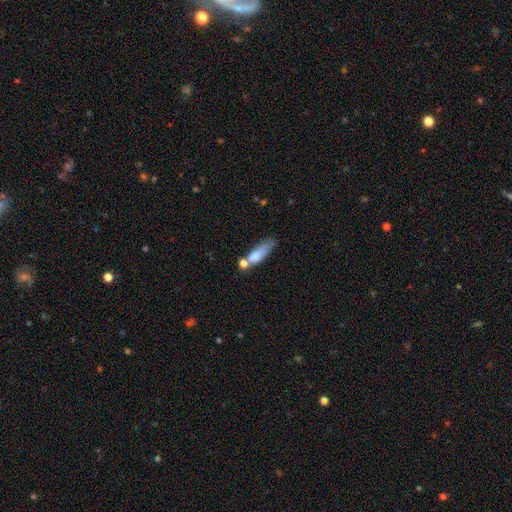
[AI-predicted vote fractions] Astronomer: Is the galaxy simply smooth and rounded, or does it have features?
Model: smooth — 68%.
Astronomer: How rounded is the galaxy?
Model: cigar-shaped — 52% (runner-up: in between, 42%).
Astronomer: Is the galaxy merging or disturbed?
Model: none — 34% (runner-up: merger, 31%).